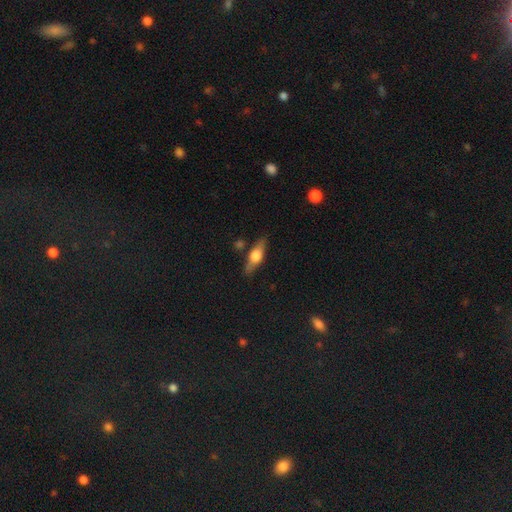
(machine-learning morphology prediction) Smooth or featured: featured or disk — 51% (smooth — 43%)
Edge-on disk: yes — 89% (no — 11%)
Merging: none — 80% (minor disturbance — 13%)